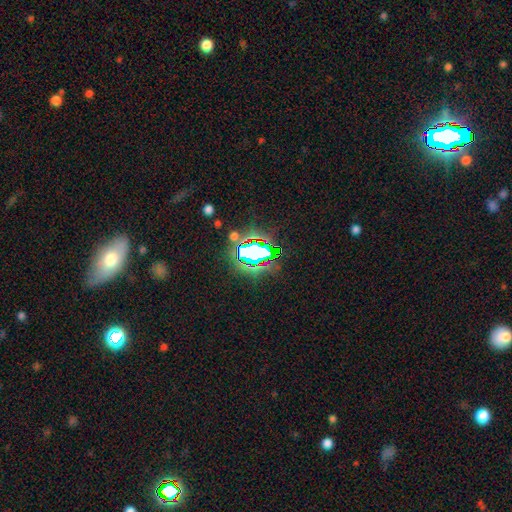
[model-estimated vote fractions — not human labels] star or artifact 66%, smooth 21%, featured or disk 13%.